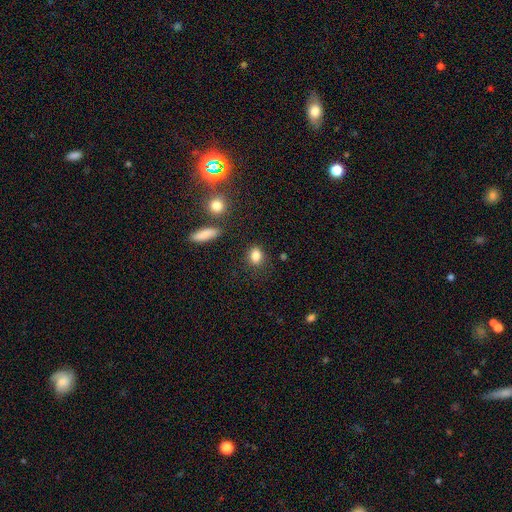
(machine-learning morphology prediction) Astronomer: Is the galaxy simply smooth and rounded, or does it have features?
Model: smooth — 85%.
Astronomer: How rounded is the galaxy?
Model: in between — 62%.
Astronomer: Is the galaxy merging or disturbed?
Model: none — 79%.